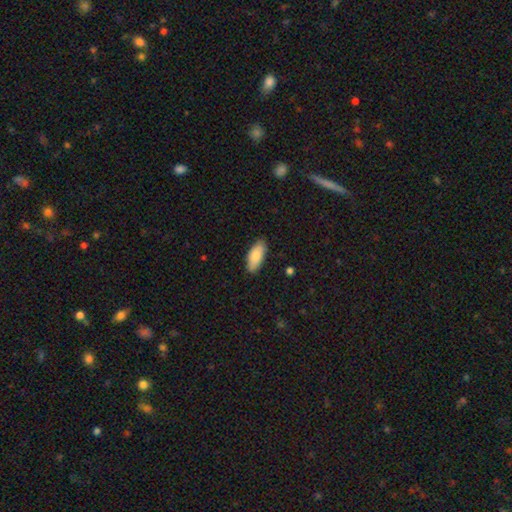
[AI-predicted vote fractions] smooth-or-featured: smooth: 81% | featured or disk: 13% | star or artifact: 6%
  how-rounded: in between: 87% | cigar-shaped: 11% | round: 2%
  merging: none: 84% | minor disturbance: 13% | major disturbance: 2% | merger: 1%